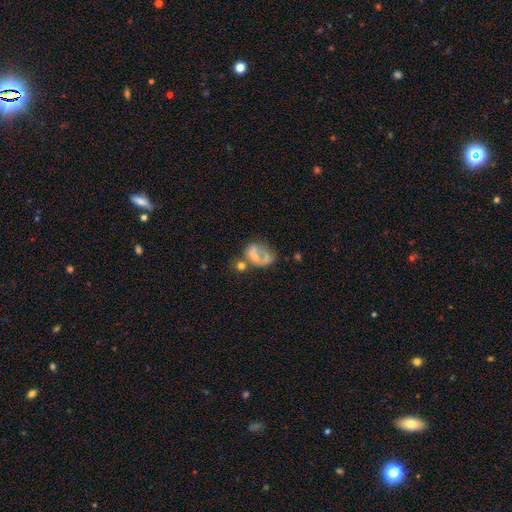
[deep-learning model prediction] Smooth or featured? Predicted: smooth (p=0.46). Merging? Predicted: merger (p=0.32).